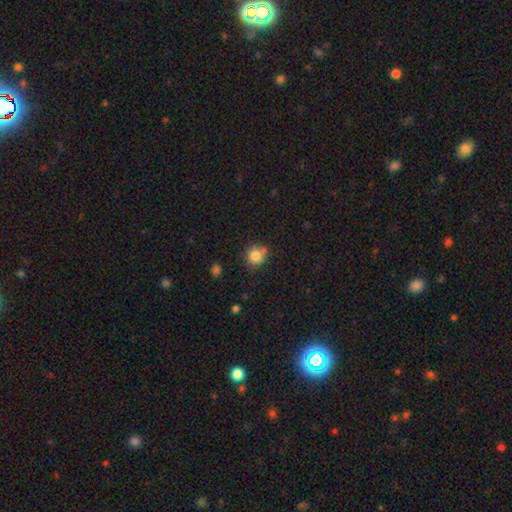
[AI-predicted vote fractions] Q: Smooth or featured?
A: smooth (81%); runner-up: star or artifact (11%)
Q: How rounded?
A: round (85%); runner-up: in between (14%)
Q: Merging?
A: none (66%); runner-up: minor disturbance (19%)